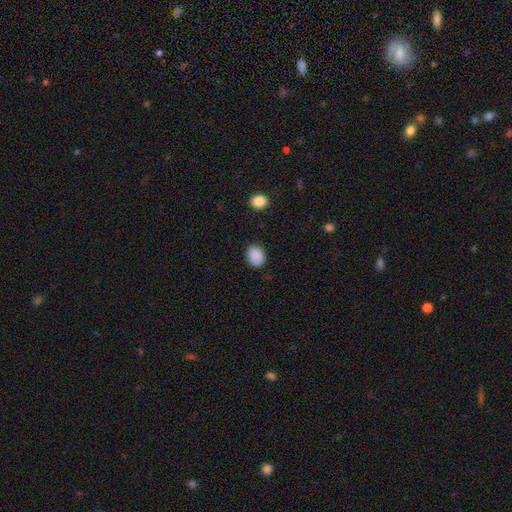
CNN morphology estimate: Smooth or featured? Predicted: smooth (p=0.89). How rounded? Predicted: in between (p=0.58). Merging? Predicted: none (p=0.86).